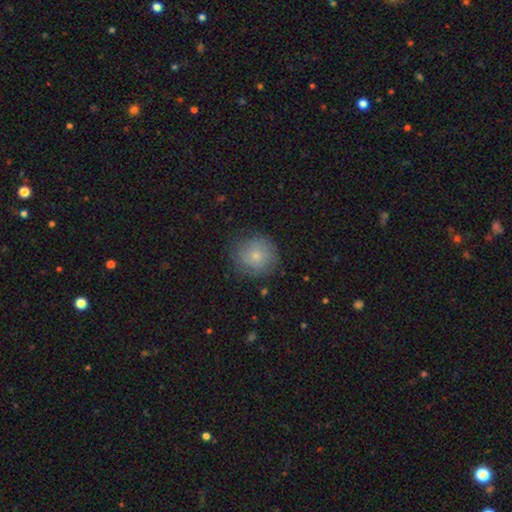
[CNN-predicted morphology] type=smooth (72%); roundness=round (92%); merging=none (79%).